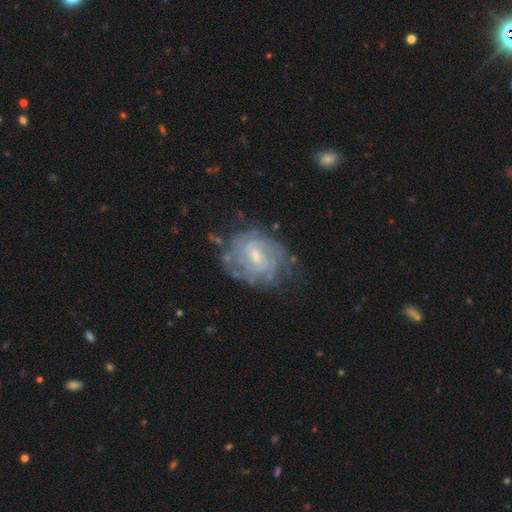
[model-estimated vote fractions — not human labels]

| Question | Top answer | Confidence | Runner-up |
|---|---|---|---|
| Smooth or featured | featured or disk | 80% | smooth (13%) |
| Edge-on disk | no | 97% | yes (3%) |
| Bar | weak | 56% | no (33%) |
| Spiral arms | yes | 86% | no (14%) |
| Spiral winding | tight | 61% | medium (30%) |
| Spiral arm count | can't tell | 52% | 2 (19%) |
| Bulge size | small | 62% | moderate (32%) |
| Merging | none | 66% | minor disturbance (21%) |